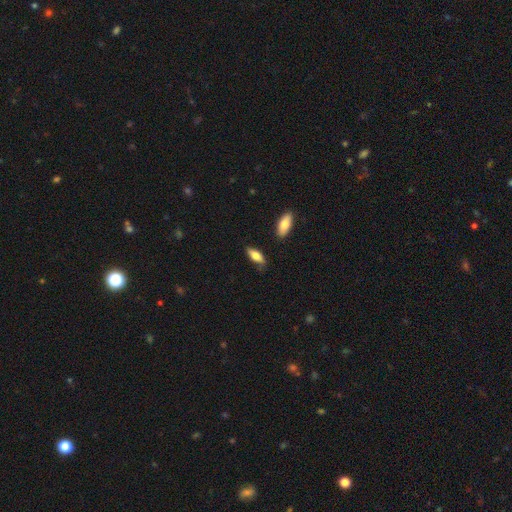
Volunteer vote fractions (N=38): smooth 71%, featured or disk 26%, star or artifact 3%. Down the decision tree: how rounded — in between (70%); merging — none (70%).